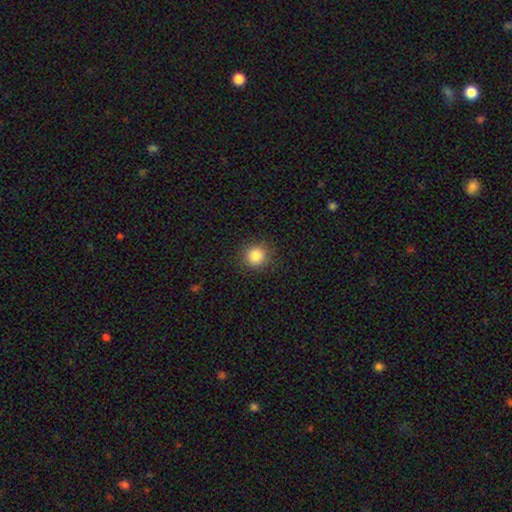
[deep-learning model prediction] smooth_or_featured: smooth (p=0.85) [alt: star or artifact p=0.11]
how_rounded: round (p=0.92) [alt: in between p=0.07]
merging: none (p=0.88) [alt: minor disturbance p=0.08]